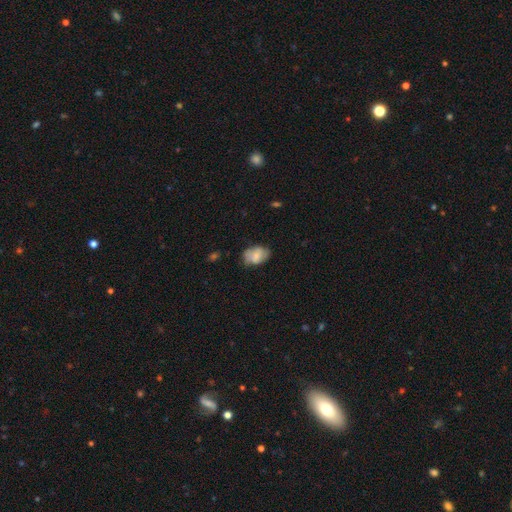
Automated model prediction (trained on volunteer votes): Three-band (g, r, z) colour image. It shows a smooth galaxy with no disk features (65%) that is in between round and cigar-shaped (83%). Merging: none (61%).